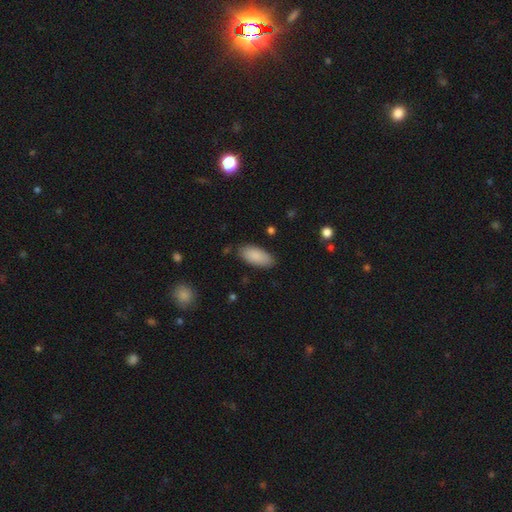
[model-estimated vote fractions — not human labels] Smooth or featured? smooth (87%)
How rounded? in between (89%)
Merging? none (83%)